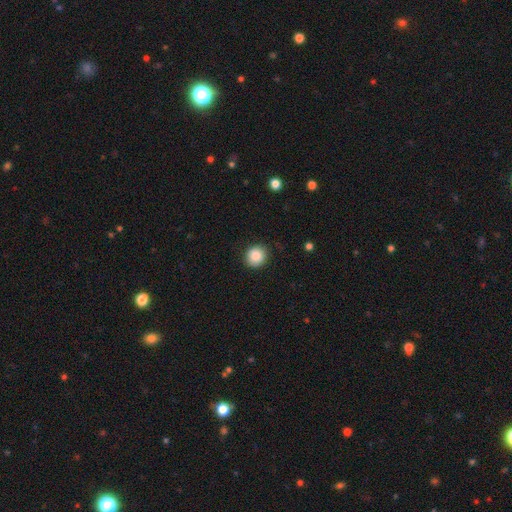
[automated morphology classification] A smooth galaxy with no disk features (86%) that is round (87%).

Vote fractions:
- Smooth or featured? smooth: 86% / star or artifact: 9% / featured or disk: 5%
- How rounded? round: 87% / in between: 12% / cigar-shaped: 1%
- Merging? none: 87% / minor disturbance: 10% / major disturbance: 2% / merger: 1%